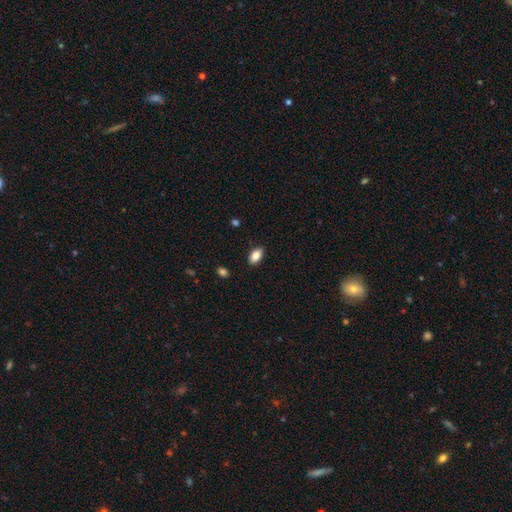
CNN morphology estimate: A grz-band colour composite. It shows a smooth galaxy with no disk features (84%) that is in between round and cigar-shaped (91%). Merging: none (87%).